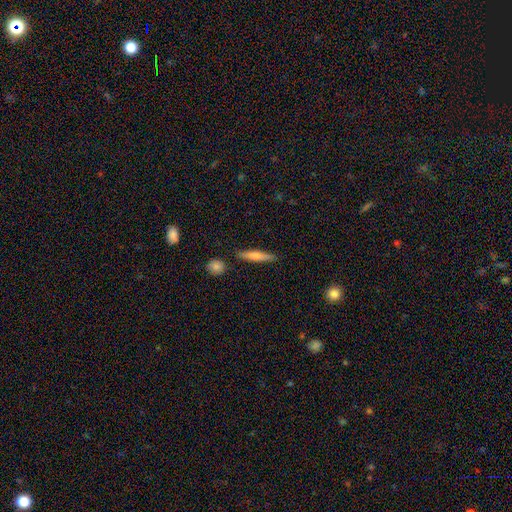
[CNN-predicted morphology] Smooth or featured: smooth — 69% (featured or disk — 25%)
How rounded: cigar-shaped — 88% (in between — 10%)
Merging: none — 86% (minor disturbance — 9%)